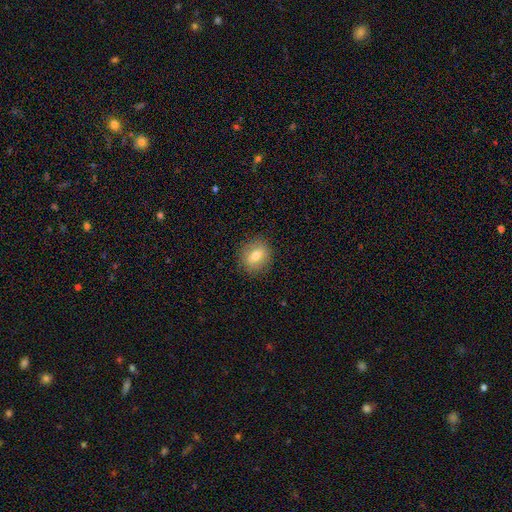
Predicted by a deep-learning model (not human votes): Smooth or featured: smooth — 71% (featured or disk — 19%)
How rounded: round — 65% (in between — 33%)
Merging: none — 88% (minor disturbance — 9%)